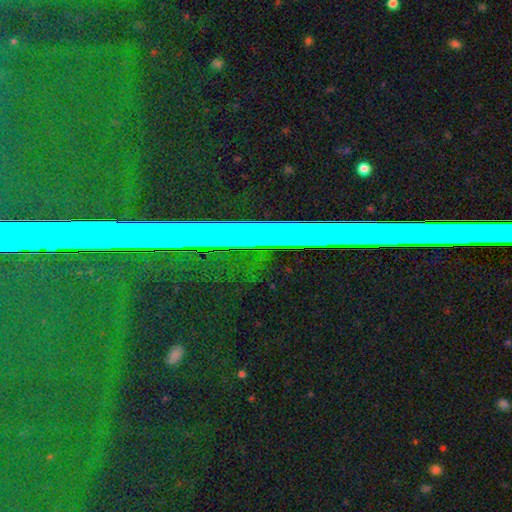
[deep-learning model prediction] Smooth or featured: star or artifact — 80% (featured or disk — 11%)